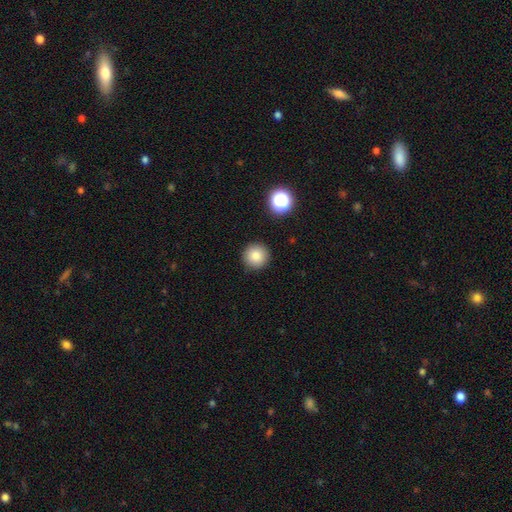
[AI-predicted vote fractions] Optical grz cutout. It shows a smooth galaxy with no disk features (83%) that is round (96%). Merging: none (92%).